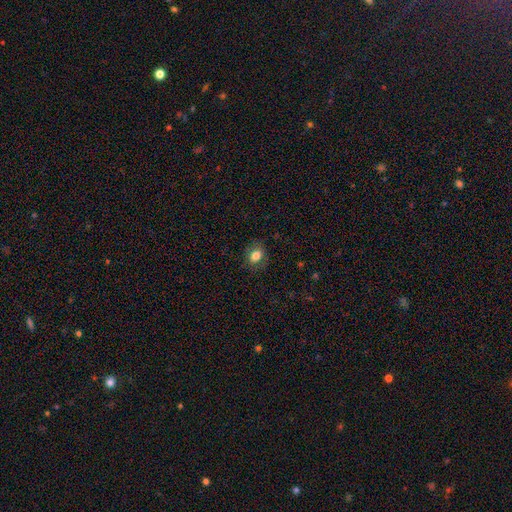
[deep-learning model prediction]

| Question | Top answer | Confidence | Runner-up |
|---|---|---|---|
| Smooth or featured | smooth | 80% | star or artifact (10%) |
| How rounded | round | 50% | in between (49%) |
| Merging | none | 82% | minor disturbance (13%) |